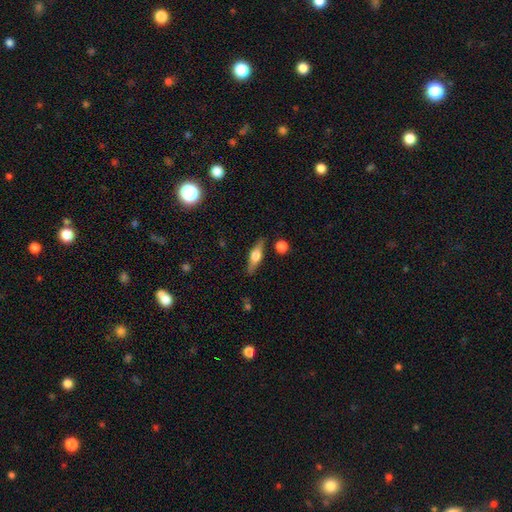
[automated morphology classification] Overall: featured or disk (56%; smooth 38%). Edge-on disk: yes (93%). Edge-on bulge: rounded (91%). Merging: none (85%).